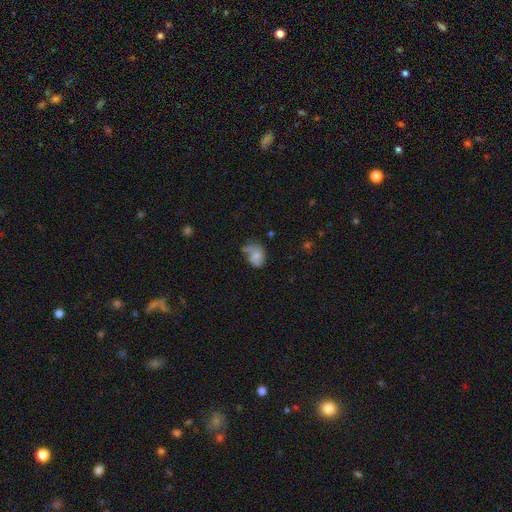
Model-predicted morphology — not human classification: Q: Smooth or featured?
A: smooth (51%); runner-up: featured or disk (40%)
Q: How rounded?
A: in between (70%); runner-up: round (28%)
Q: Merging?
A: minor disturbance (36%); tied with: none (36%)